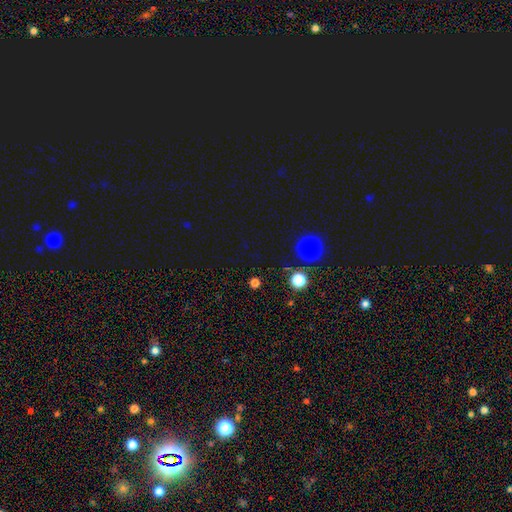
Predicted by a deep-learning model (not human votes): This is possibly a star or artifact rather than a galaxy (50%).